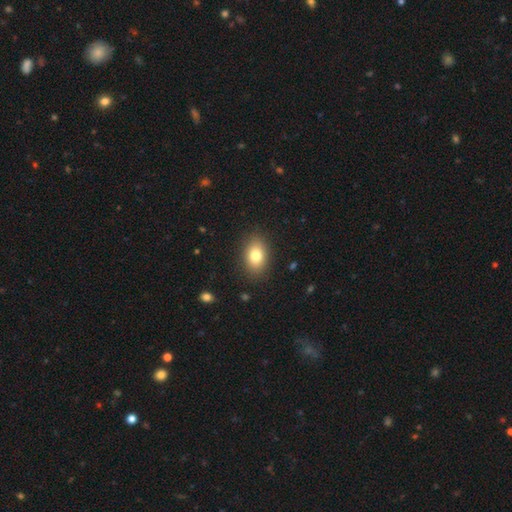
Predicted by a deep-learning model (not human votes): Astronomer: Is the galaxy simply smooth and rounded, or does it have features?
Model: smooth — 80%.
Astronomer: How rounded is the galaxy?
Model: in between — 83%.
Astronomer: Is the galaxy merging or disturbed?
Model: none — 87%.